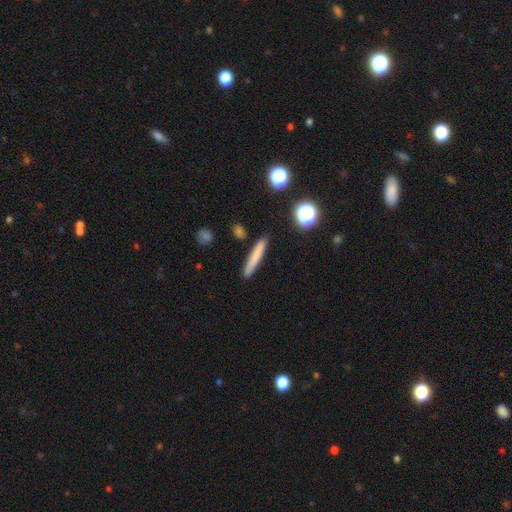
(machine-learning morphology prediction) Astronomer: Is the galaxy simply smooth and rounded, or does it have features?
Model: smooth — 74%.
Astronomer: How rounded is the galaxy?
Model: cigar-shaped — 93%.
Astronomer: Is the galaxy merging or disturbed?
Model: none — 88%.